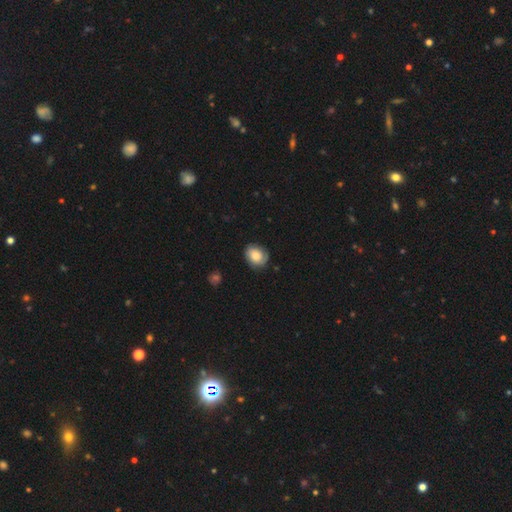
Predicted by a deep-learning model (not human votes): Smooth or featured?
  - smooth: 68% *
  - featured or disk: 25%
  - star or artifact: 8%
How rounded?
  - in between: 50% *
  - round: 49%
  - cigar-shaped: 1%
Merging?
  - none: 73% *
  - minor disturbance: 21%
  - major disturbance: 5%
  - merger: 1%